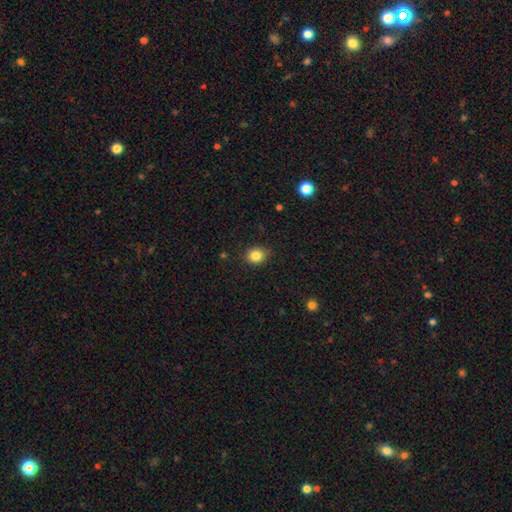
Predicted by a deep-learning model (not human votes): A smooth galaxy with no disk features (84%) that is round (71%). Merging: none (83%).